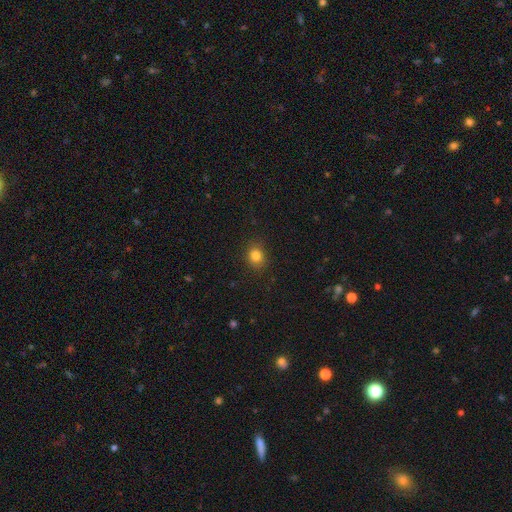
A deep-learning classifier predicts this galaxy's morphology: smooth-or-featured: smooth: 83% | star or artifact: 12% | featured or disk: 5%
  how-rounded: round: 63% | in between: 36% | cigar-shaped: 1%
  merging: none: 87% | minor disturbance: 9% | major disturbance: 3% | merger: 1%